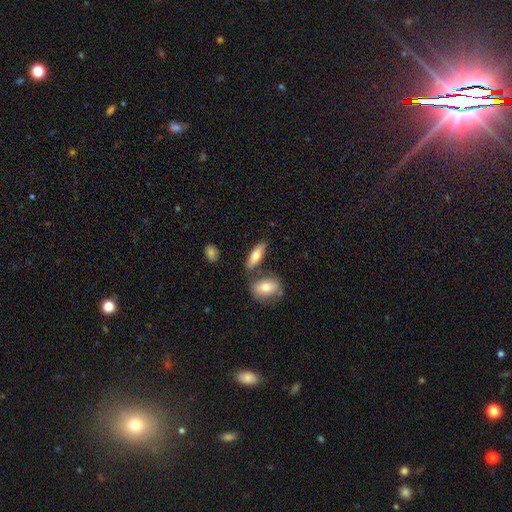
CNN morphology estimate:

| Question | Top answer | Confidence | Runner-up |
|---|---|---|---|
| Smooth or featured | smooth | 69% | featured or disk (25%) |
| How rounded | in between | 58% | cigar-shaped (39%) |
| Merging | none | 69% | merger (16%) |